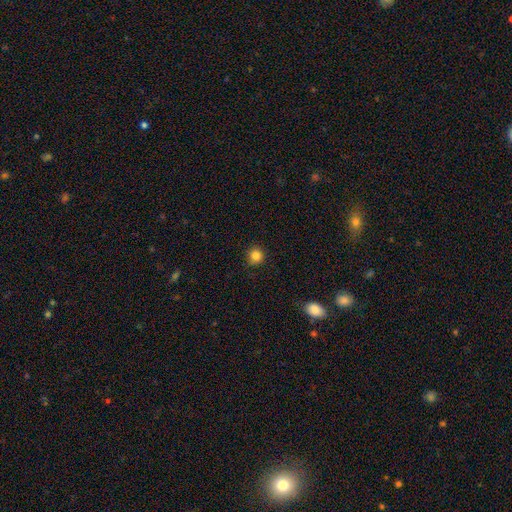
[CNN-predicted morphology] A smooth galaxy with no disk features (83%) that is round (93%).

Vote fractions:
- Smooth or featured? smooth: 83% / star or artifact: 12% / featured or disk: 4%
- How rounded? round: 93% / in between: 6% / cigar-shaped: 1%
- Merging? none: 86% / minor disturbance: 10% / major disturbance: 2% / merger: 1%